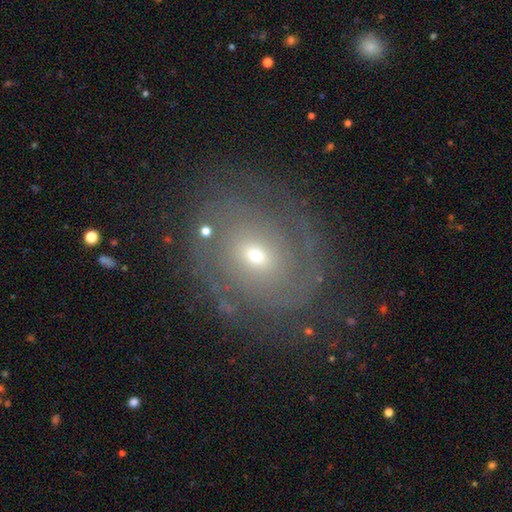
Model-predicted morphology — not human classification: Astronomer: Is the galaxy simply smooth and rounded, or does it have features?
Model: featured or disk — 74%.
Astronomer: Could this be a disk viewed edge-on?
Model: no — 97%.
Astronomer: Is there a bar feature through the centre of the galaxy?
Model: no — 63%.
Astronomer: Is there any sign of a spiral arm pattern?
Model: yes — 85%.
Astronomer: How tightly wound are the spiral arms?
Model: tight — 60%.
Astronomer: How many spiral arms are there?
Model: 2 — 44% (runner-up: can't tell, 32%).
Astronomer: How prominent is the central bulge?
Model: small — 60%.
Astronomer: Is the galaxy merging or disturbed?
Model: none — 69%.